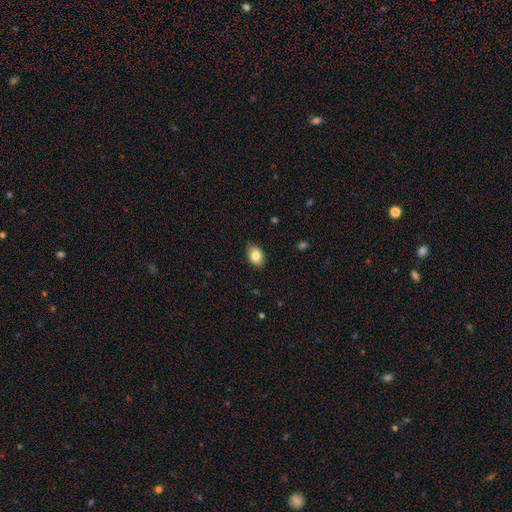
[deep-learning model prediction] Morphology: type=smooth (83%); roundness=in between (80%); merging=none (87%).